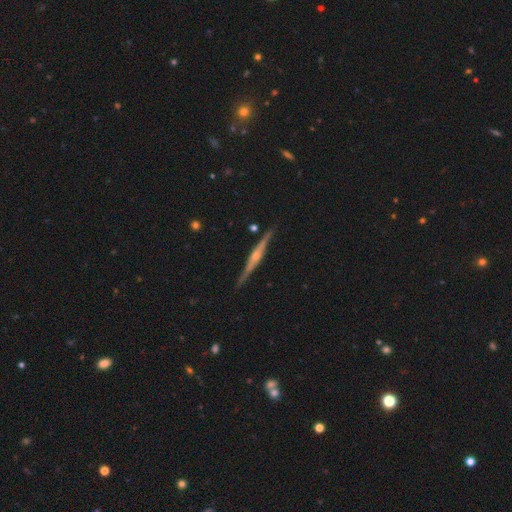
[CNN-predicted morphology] Q: Smooth or featured?
A: featured or disk (84%); runner-up: smooth (11%)
Q: Edge-on disk?
A: yes (98%); runner-up: no (2%)
Q: Edge-on bulge?
A: rounded (81%); runner-up: boxy (11%)
Q: Merging?
A: none (90%); runner-up: minor disturbance (8%)